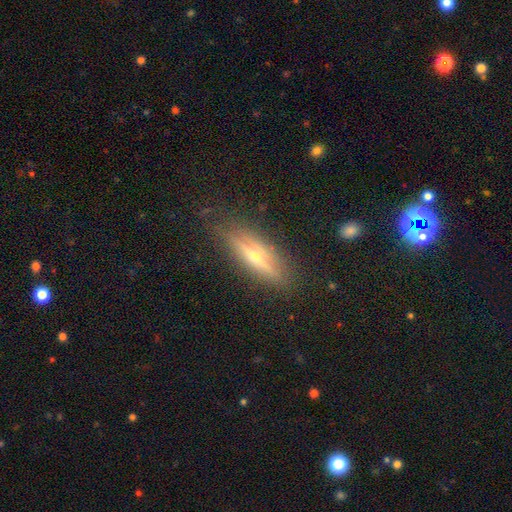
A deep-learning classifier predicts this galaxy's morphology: This appears to be a featured or disk galaxy (69%) viewed edge-on (92%) with a rounded central bulge (91%). Merging: none (83%).